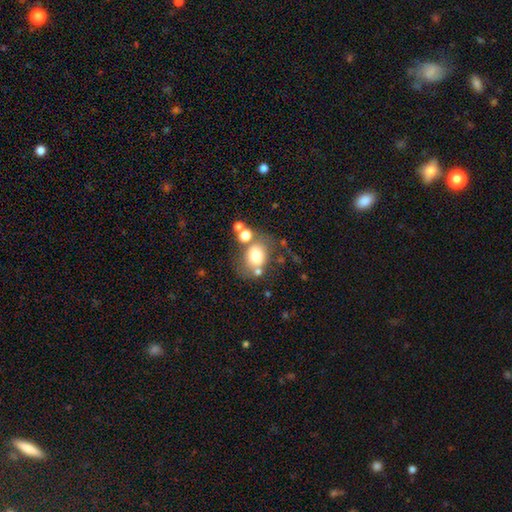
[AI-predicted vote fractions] smooth_or_featured: smooth (p=0.70) [alt: featured or disk p=0.18]
how_rounded: round (p=0.54) [alt: in between p=0.45]
merging: none (p=0.54) [alt: merger p=0.20]